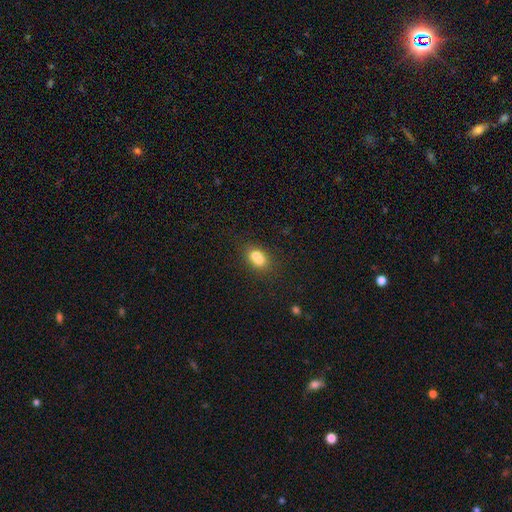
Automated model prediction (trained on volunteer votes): smooth 72%, featured or disk 17%, star or artifact 12%. Down the decision tree: how rounded — in between (61%); merging — merger (50%).